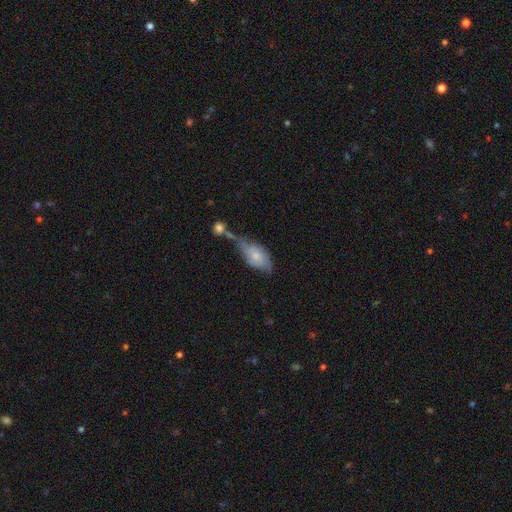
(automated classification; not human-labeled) Smooth or featured: smooth — 56% (featured or disk — 37%)
How rounded: in between — 87% (cigar-shaped — 8%)
Merging: minor disturbance — 28% (none — 25%)